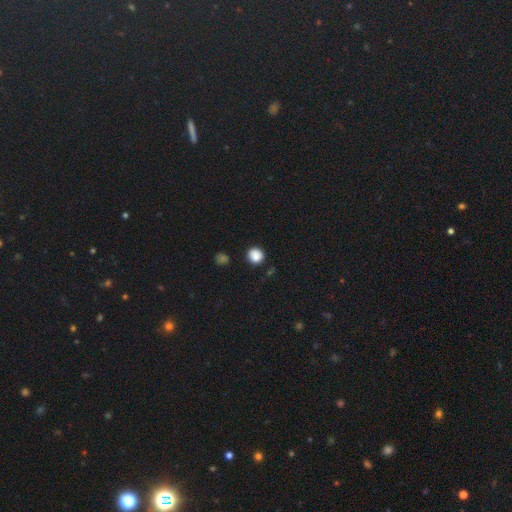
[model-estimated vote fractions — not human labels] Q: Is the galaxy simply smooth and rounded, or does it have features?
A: smooth — 85%.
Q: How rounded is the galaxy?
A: round — 89%.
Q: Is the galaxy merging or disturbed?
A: none — 82%.